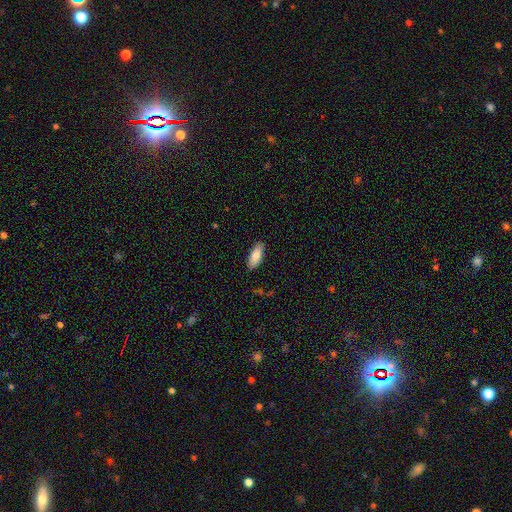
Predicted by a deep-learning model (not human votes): Smooth or featured: smooth — 84% (featured or disk — 10%)
How rounded: in between — 80% (cigar-shaped — 18%)
Merging: none — 87% (minor disturbance — 10%)